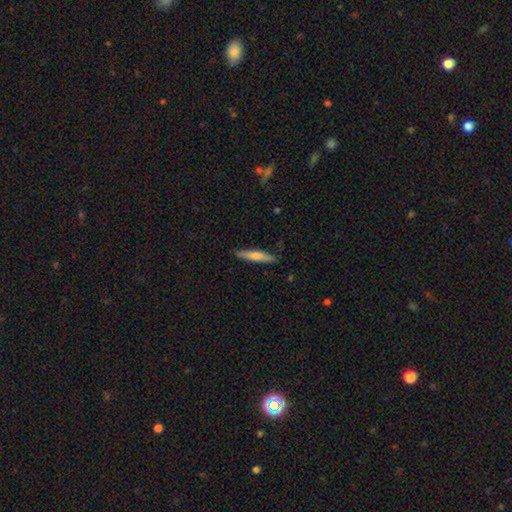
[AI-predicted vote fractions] Overall: smooth (59%; featured or disk 35%). How rounded: cigar-shaped (90%). Merging: none (89%).